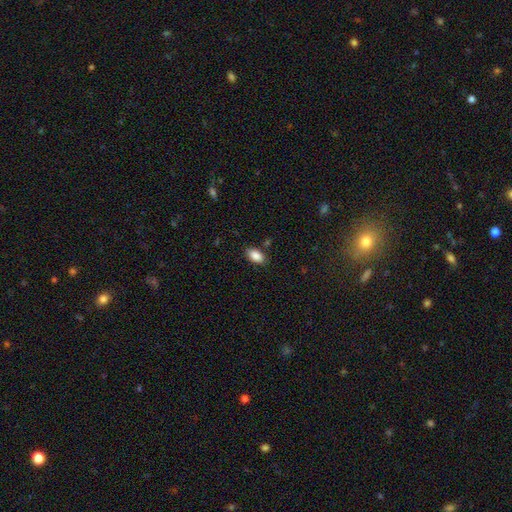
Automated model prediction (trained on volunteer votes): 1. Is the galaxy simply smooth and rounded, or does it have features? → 87% smooth, 8% star or artifact, 5% featured or disk.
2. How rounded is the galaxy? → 93% in between, 5% round, 2% cigar-shaped.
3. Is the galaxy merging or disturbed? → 83% none, 12% minor disturbance, 3% major disturbance, 2% merger.